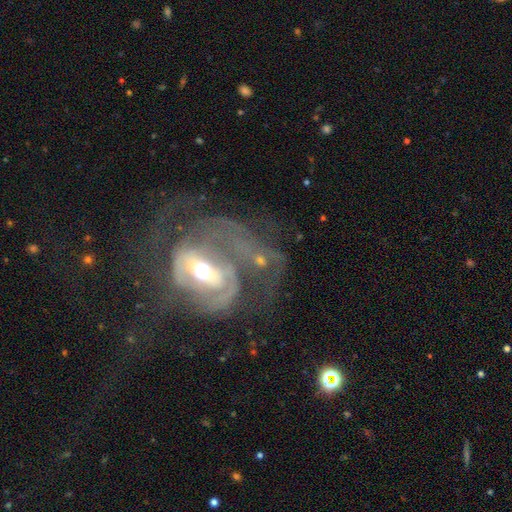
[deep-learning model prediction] Overall: featured or disk (83%). Edge-on disk: no (96%). Bar: weak (39%; strong 33%). Spiral arms: yes (81%). Spiral arm count: 2 (40%; can't tell 30%). Spiral winding: tight (39%, tied with medium). Bulge size: moderate (64%; small 26%). Merging: major disturbance (44%; none 29%).